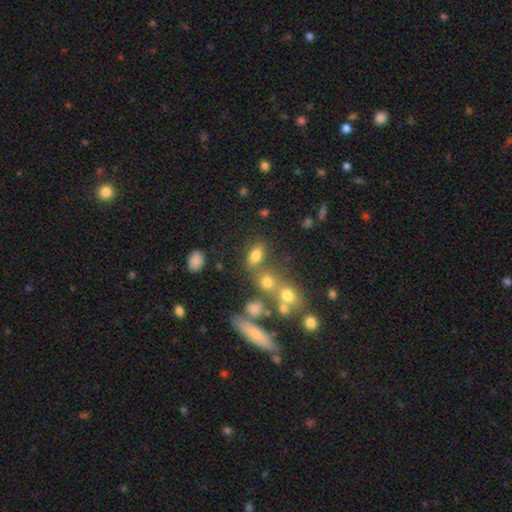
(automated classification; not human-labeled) A smooth galaxy with no disk features (76%) that is in between round and cigar-shaped (83%). Merging: none (58%).